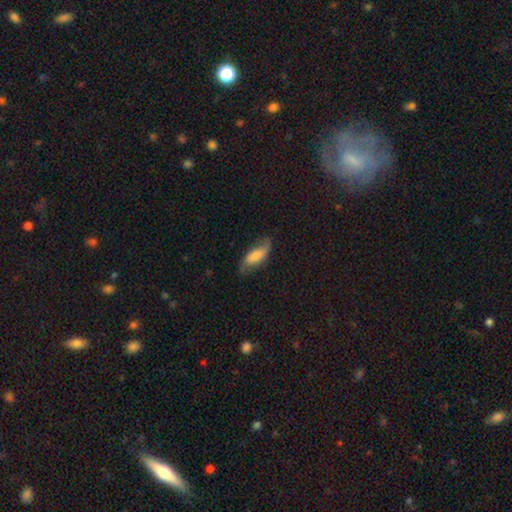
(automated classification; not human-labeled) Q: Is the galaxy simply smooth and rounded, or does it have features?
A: smooth — 52%.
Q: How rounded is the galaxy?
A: in between — 74%.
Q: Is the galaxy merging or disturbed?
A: none — 63%.